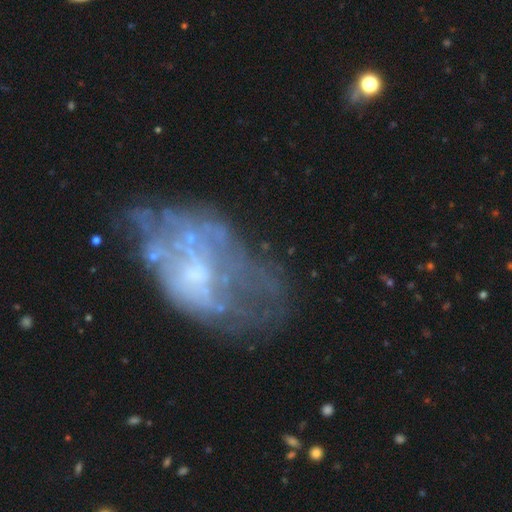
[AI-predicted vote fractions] The model was most divided on "merging": none: 40%, major disturbance: 29%, minor disturbance: 23%, merger: 9%. Remaining: edge-on disk — no (96%); bar — no (82%); spiral arms — no (79%); smooth or featured — featured or disk (60%); bulge size — small (42%).